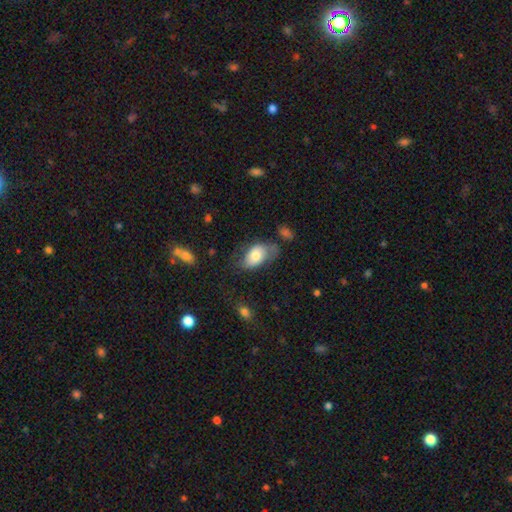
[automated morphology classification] Smooth or featured: smooth — 67% (featured or disk — 26%)
How rounded: in between — 92% (round — 7%)
Merging: none — 47% (minor disturbance — 30%)